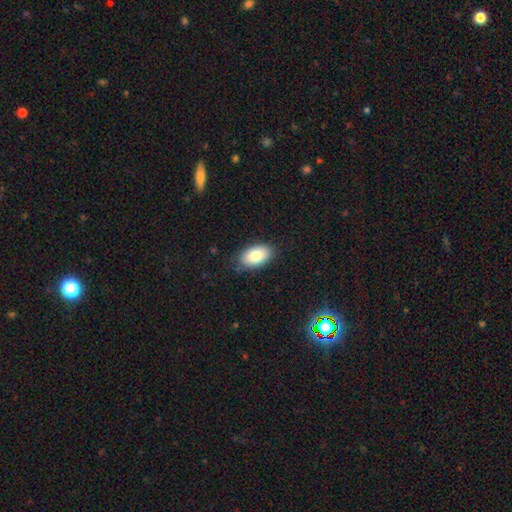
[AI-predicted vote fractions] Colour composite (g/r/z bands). It shows a smooth galaxy with no disk features (81%) that is in between round and cigar-shaped (93%). Merging: none (82%).